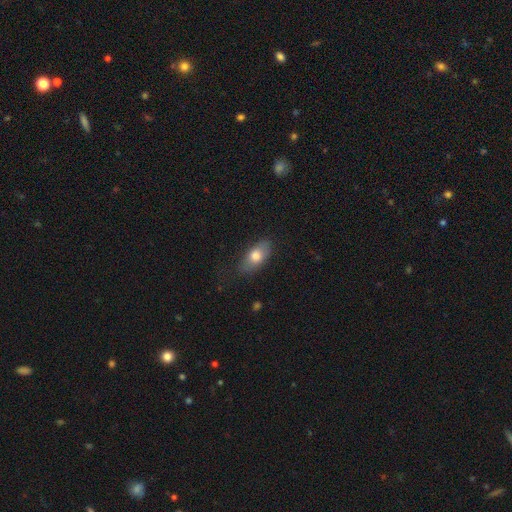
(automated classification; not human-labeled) smooth 75%, featured or disk 19%, star or artifact 7%. Down the decision tree: how rounded — in between (86%); merging — none (77%).